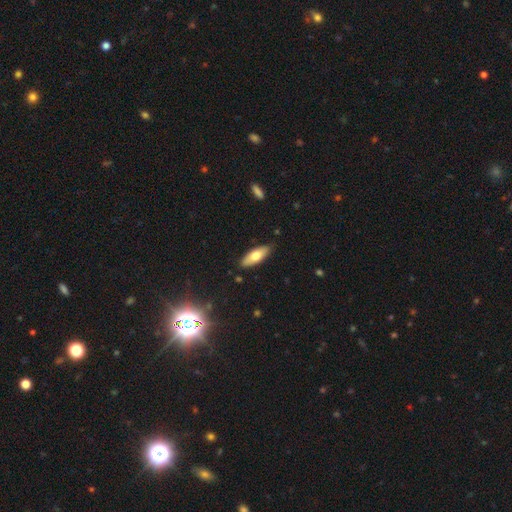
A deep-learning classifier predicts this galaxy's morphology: smooth 68%, featured or disk 26%, star or artifact 6%. Down the decision tree: how rounded — in between (66%); merging — none (87%).